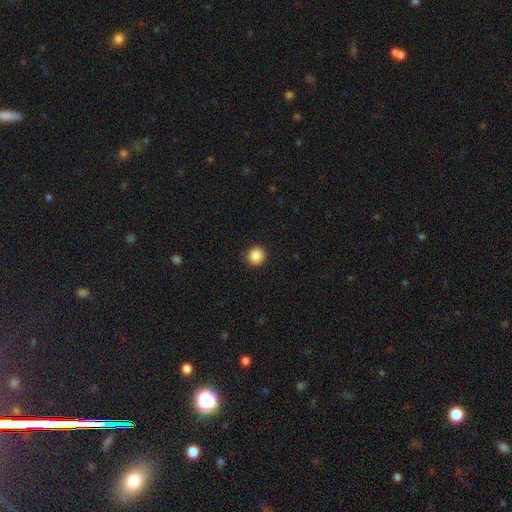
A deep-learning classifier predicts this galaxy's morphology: This is clearly a smooth galaxy (87%). How rounded: clearly round (93%). Merging: clearly none (91%).